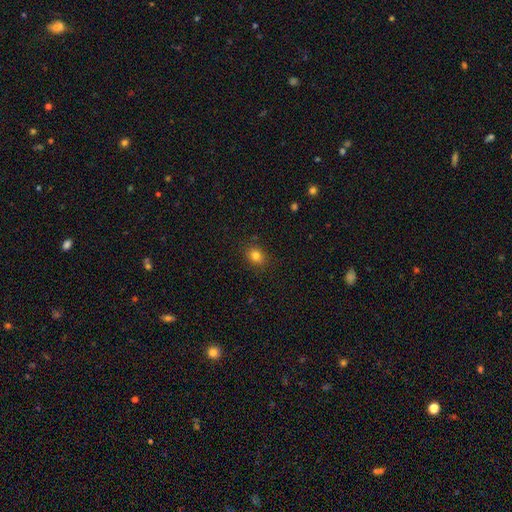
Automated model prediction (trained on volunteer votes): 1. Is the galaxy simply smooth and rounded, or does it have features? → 81% smooth, 13% star or artifact, 7% featured or disk.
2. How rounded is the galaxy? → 57% round, 42% in between, 1% cigar-shaped.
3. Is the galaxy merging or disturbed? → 87% none, 9% minor disturbance, 3% major disturbance, 1% merger.